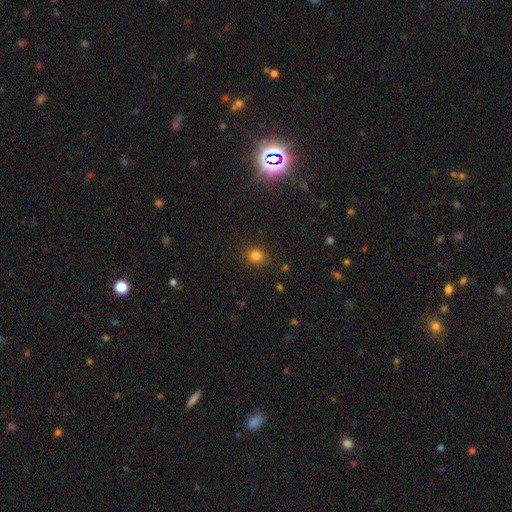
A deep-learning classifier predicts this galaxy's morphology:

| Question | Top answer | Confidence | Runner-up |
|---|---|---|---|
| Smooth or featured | smooth | 81% | star or artifact (14%) |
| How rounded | round | 76% | in between (23%) |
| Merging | none | 88% | minor disturbance (8%) |